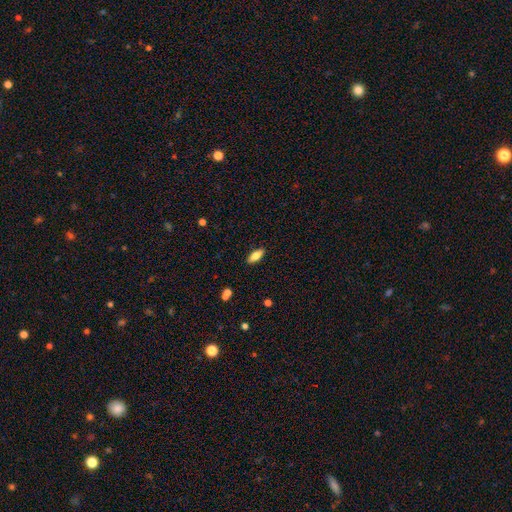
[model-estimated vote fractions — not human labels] Morphology: type=smooth (77%); roundness=in between (79%); merging=none (89%).